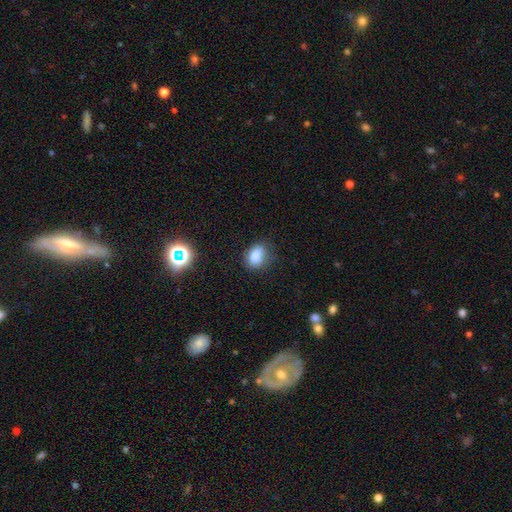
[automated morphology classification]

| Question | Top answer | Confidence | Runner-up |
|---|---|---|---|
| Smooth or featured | smooth | 82% | star or artifact (11%) |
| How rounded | in between | 74% | round (24%) |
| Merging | none | 72% | minor disturbance (21%) |